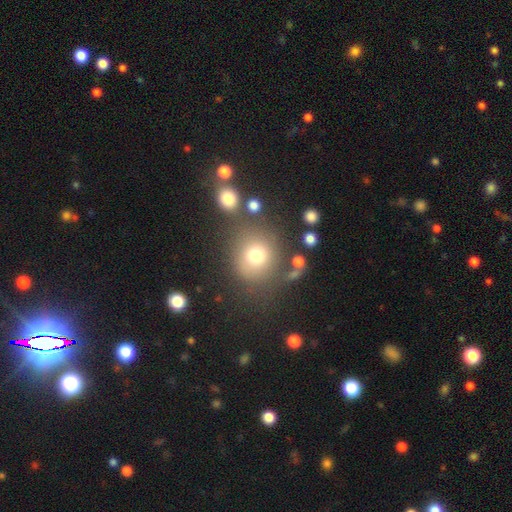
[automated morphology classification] Overall: smooth (74%). How rounded: round (86%). Merging: none (70%).